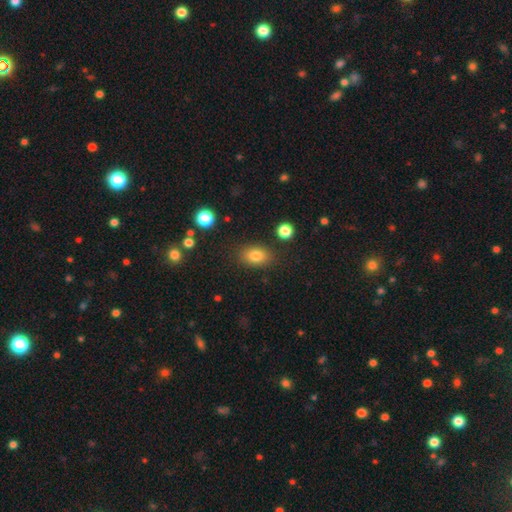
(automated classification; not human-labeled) A smooth galaxy with no disk features (82%) that is in between round and cigar-shaped (77%). Merging: none (84%).